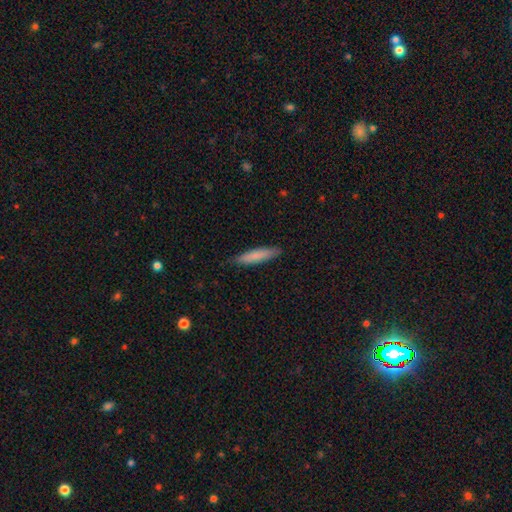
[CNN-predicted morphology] smooth 81%, featured or disk 14%, star or artifact 5%. Down the decision tree: how rounded — cigar-shaped (88%); merging — none (88%).